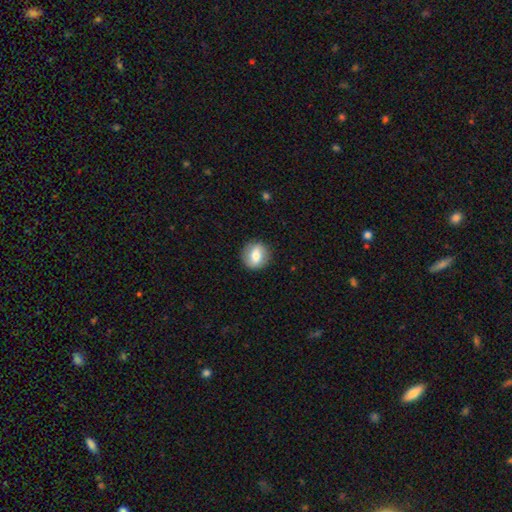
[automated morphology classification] type=smooth (66%); roundness=round (84%); merging=none (87%).